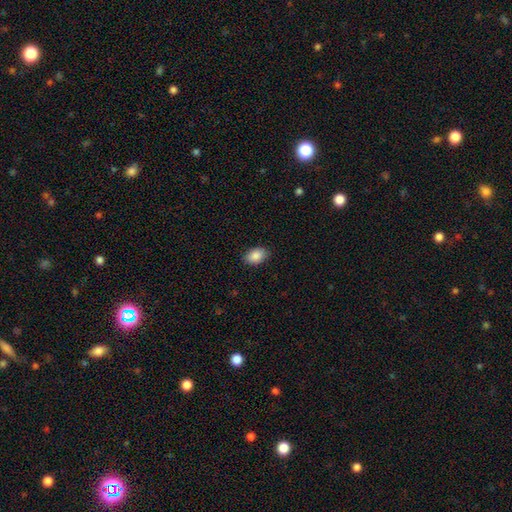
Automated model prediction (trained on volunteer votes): smooth-or-featured: smooth: 88% | star or artifact: 7% | featured or disk: 5%
  how-rounded: in between: 84% | round: 15% | cigar-shaped: 1%
  merging: none: 86% | minor disturbance: 10% | major disturbance: 2% | merger: 1%